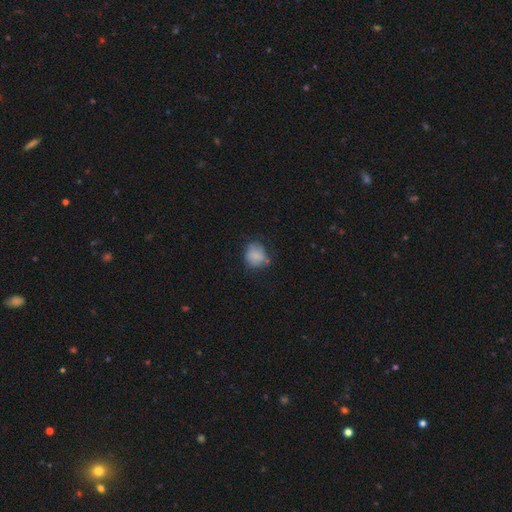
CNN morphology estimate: Smooth or featured? smooth (78%)
How rounded? round (64%)
Merging? none (55%)